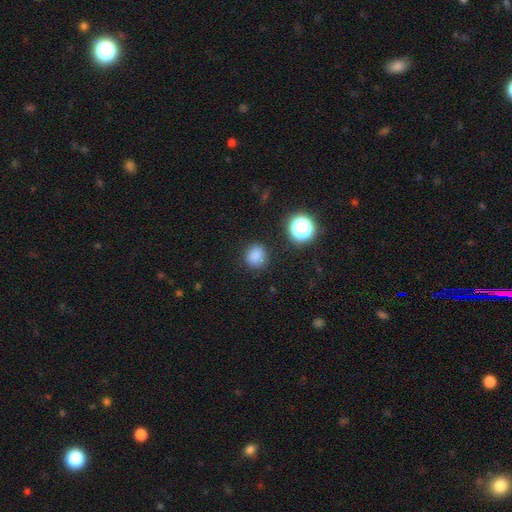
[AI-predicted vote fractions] A smooth galaxy with no disk features (81%) that is round (86%). Merging: none (85%).